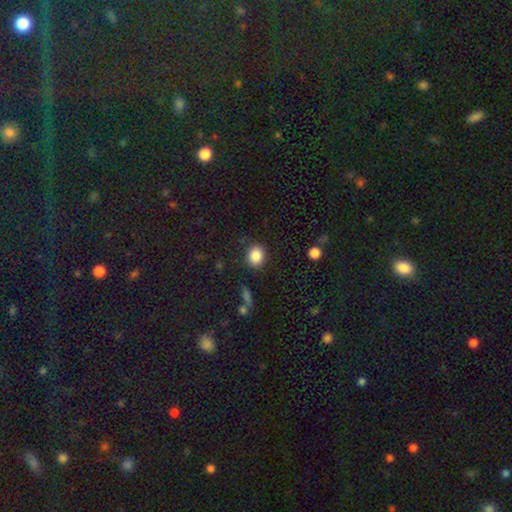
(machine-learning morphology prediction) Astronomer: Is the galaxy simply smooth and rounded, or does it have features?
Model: smooth — 86%.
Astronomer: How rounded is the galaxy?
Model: round — 59% (runner-up: in between, 40%).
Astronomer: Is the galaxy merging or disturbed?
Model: none — 85%.